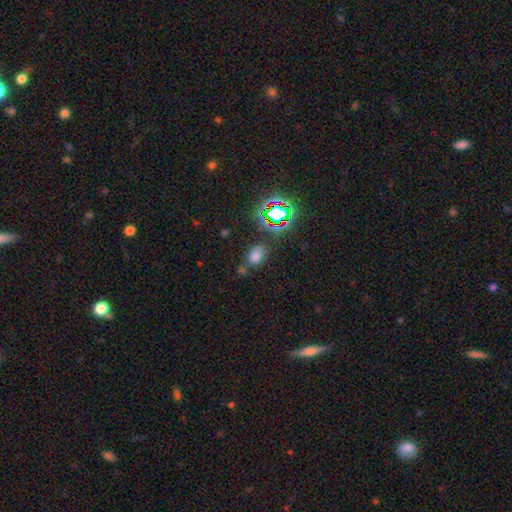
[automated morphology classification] A smooth galaxy with no disk features (66%) that is in between round and cigar-shaped (81%).

Vote fractions:
- Smooth or featured? smooth: 66% / star or artifact: 27% / featured or disk: 7%
- How rounded? in between: 81% / round: 17% / cigar-shaped: 2%
- Merging? none: 70% / minor disturbance: 15% / merger: 10% / major disturbance: 6%